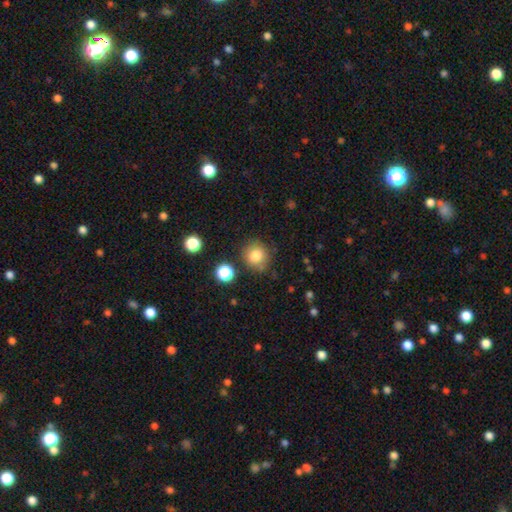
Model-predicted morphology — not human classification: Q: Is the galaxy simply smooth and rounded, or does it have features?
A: smooth — 81%.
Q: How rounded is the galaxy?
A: round — 88%.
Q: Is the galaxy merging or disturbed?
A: none — 81%.